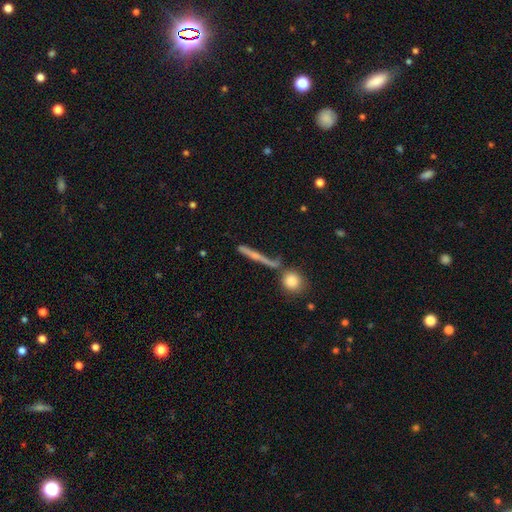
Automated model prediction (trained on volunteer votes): This appears to be a featured or disk galaxy (59%) viewed edge-on (90%) with a rounded central bulge (53%). Merging: none (68%).